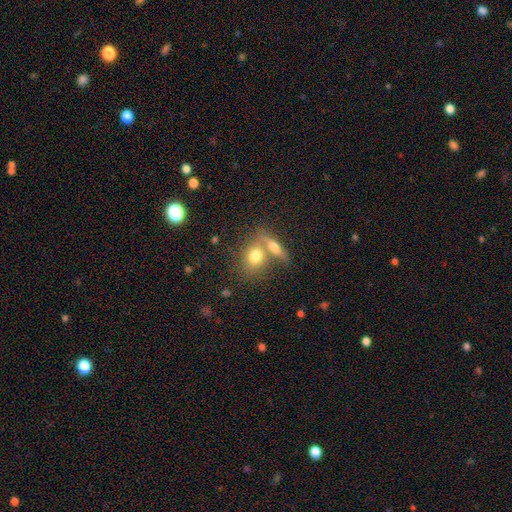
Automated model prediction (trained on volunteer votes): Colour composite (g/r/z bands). It shows a smooth galaxy with no disk features (73%) that is in between round and cigar-shaped (51%). Merging: none (45%).